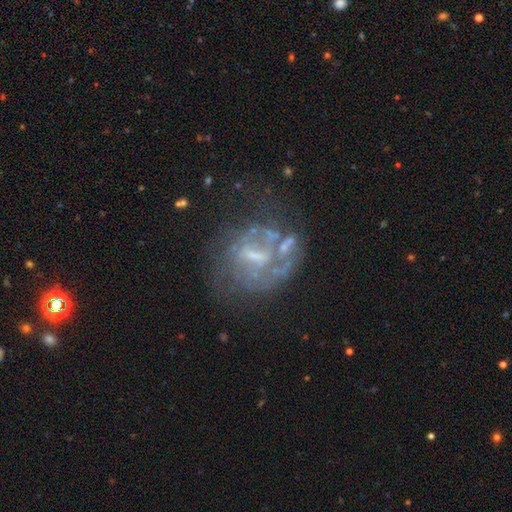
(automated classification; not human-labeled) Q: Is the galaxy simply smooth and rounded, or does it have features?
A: featured or disk — 72%.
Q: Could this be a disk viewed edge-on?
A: no — 97%.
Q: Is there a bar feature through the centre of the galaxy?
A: weak — 45%.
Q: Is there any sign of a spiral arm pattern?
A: no — 54%.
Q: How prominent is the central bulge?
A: small — 38%.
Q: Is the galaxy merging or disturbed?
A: none — 43%.